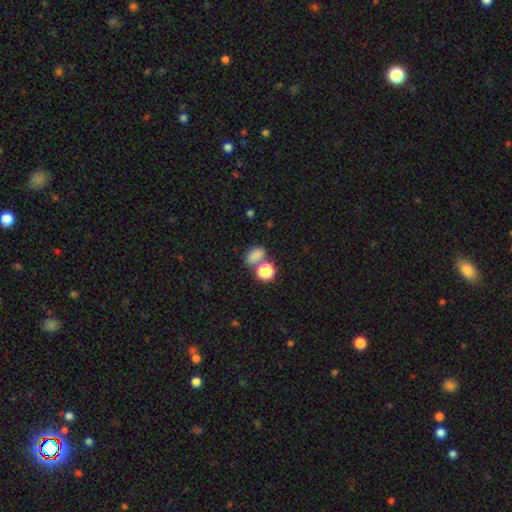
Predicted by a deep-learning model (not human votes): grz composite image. It shows a smooth galaxy with no disk features (76%) that is in between round and cigar-shaped (70%). Merging: none (52%).